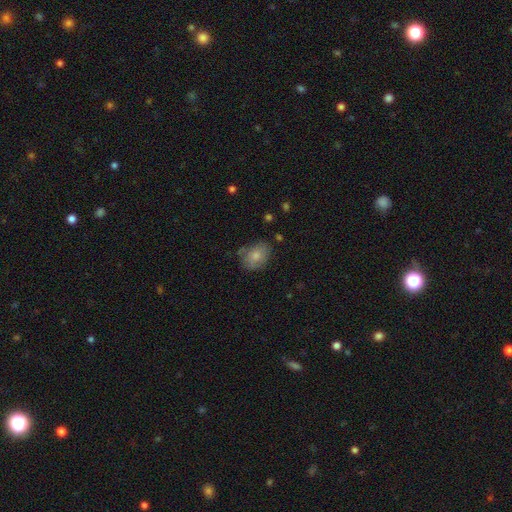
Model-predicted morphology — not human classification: A smooth galaxy with no disk features (77%) that is in between round and cigar-shaped (61%). Merging: none (66%).